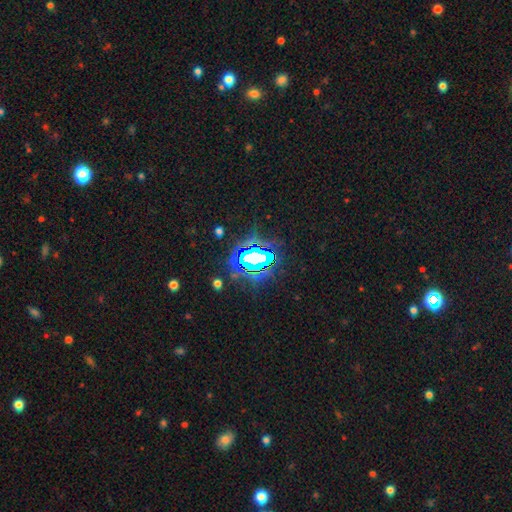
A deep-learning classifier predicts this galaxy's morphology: This is likely a star or artifact rather than a galaxy (76%).